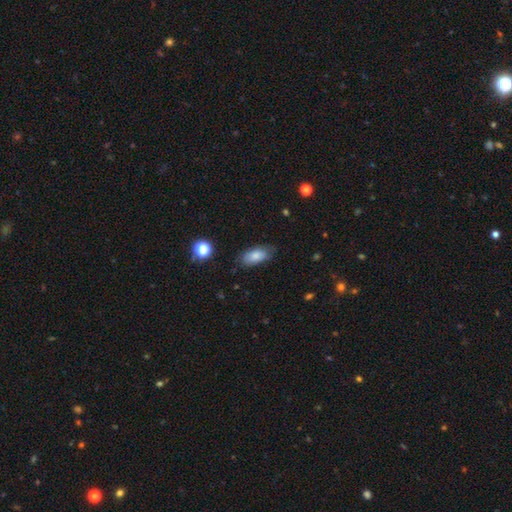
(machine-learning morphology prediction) A smooth galaxy with no disk features (83%) that is in between round and cigar-shaped (88%). Merging: none (78%).